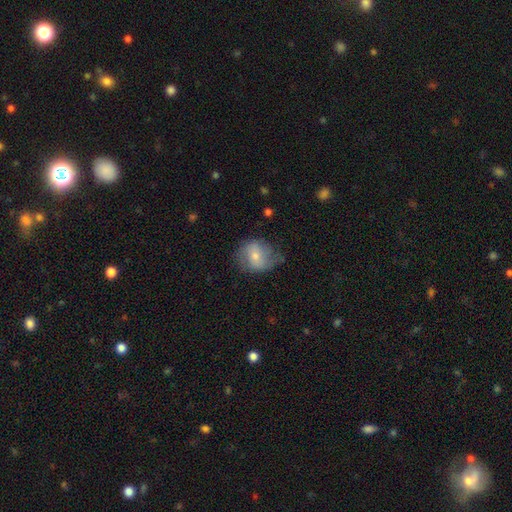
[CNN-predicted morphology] Smooth or featured? smooth (55%)
How rounded? round (67%)
Merging? none (56%)